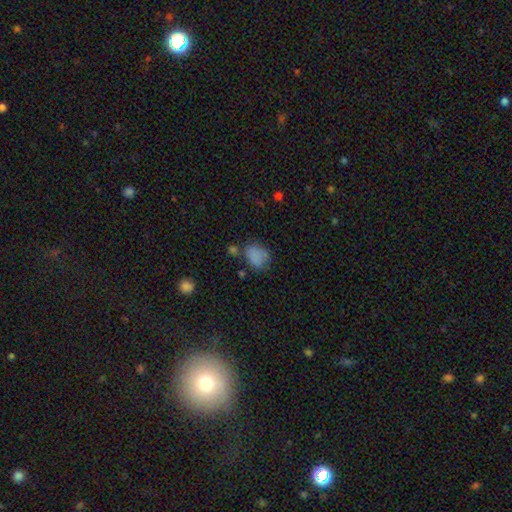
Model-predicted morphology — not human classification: smooth_or_featured: smooth (p=0.81) [alt: star or artifact p=0.12]
how_rounded: in between (p=0.62) [alt: round p=0.36]
merging: none (p=0.56) [alt: minor disturbance p=0.25]